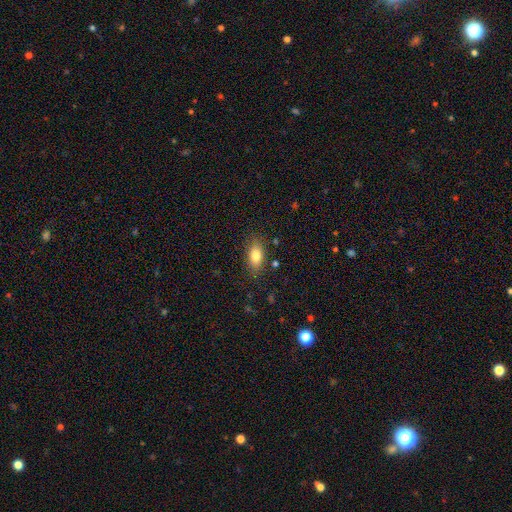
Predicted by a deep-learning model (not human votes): smooth-or-featured: smooth: 81% | featured or disk: 11% | star or artifact: 8%
  how-rounded: in between: 87% | round: 7% | cigar-shaped: 6%
  merging: none: 82% | minor disturbance: 13% | major disturbance: 3% | merger: 2%